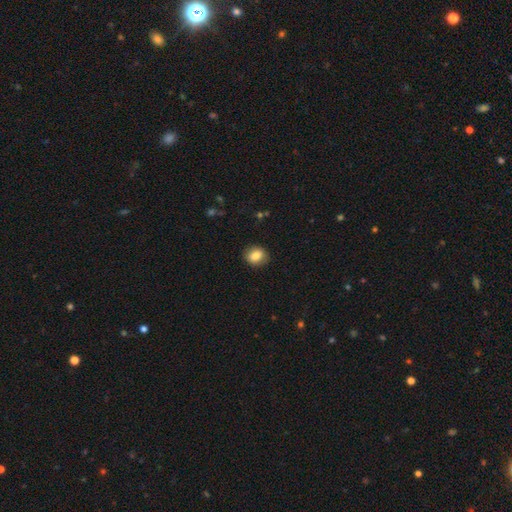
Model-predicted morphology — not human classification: This is clearly a smooth galaxy (83%). How rounded: possibly round (59%). Merging: clearly none (87%).